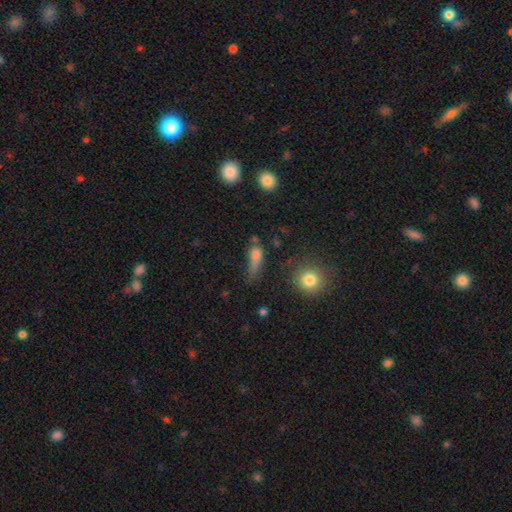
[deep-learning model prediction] Smooth or featured?
  - smooth: 66% *
  - featured or disk: 17%
  - star or artifact: 17%
How rounded?
  - in between: 45% *
  - cigar-shaped: 36%
  - round: 19%
Merging?
  - none: 35% *
  - major disturbance: 29%
  - minor disturbance: 26%
  - merger: 9%